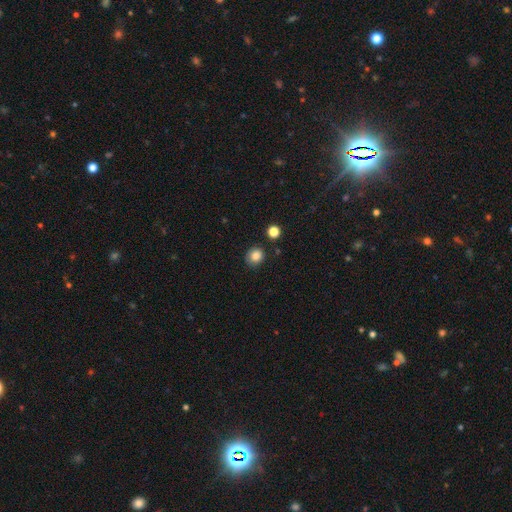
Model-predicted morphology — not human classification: This appears to be a smooth galaxy with no disk features (84%) that is round (84%). Merging: none (84%).